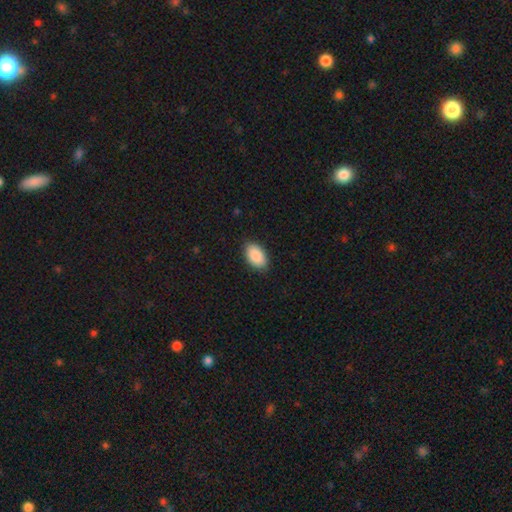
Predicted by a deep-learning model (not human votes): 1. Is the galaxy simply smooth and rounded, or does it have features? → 90% smooth, 6% star or artifact, 4% featured or disk.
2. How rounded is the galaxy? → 94% in between, 5% round, 1% cigar-shaped.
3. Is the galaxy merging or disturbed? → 88% none, 9% minor disturbance, 2% major disturbance, 1% merger.